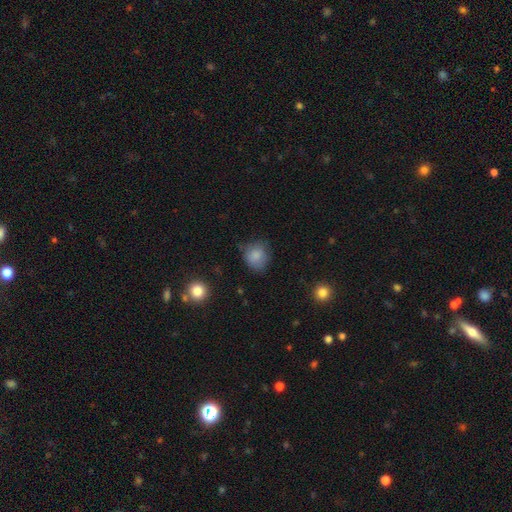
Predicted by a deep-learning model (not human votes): A smooth galaxy with no disk features (84%) that is round (77%). Merging: none (64%).